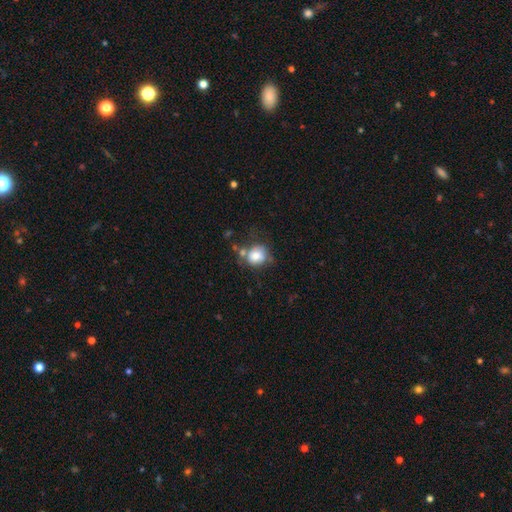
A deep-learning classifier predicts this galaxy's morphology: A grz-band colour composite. It shows a smooth galaxy with no disk features (74%) that is round (71%). Merging: none (51%).